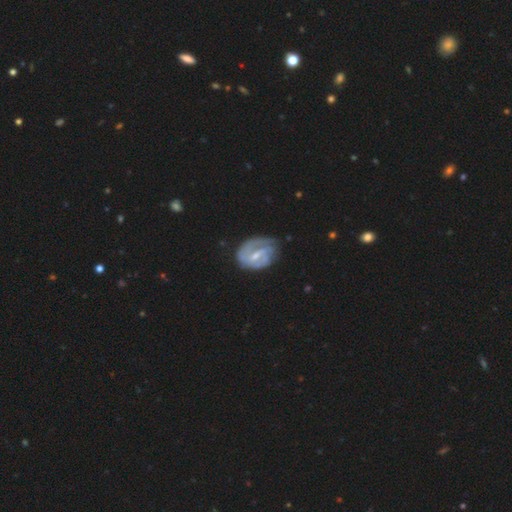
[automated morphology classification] Q: Smooth or featured?
A: featured or disk (78%); runner-up: smooth (17%)
Q: Edge-on disk?
A: no (97%); runner-up: yes (3%)
Q: Bar?
A: weak (56%); runner-up: no (23%)
Q: Spiral arms?
A: yes (89%); runner-up: no (11%)
Q: Spiral winding?
A: tight (47%); runner-up: medium (38%)
Q: Spiral arm count?
A: 2 (50%); runner-up: can't tell (21%)
Q: Bulge size?
A: small (53%); runner-up: moderate (39%)
Q: Merging?
A: none (54%); runner-up: minor disturbance (28%)